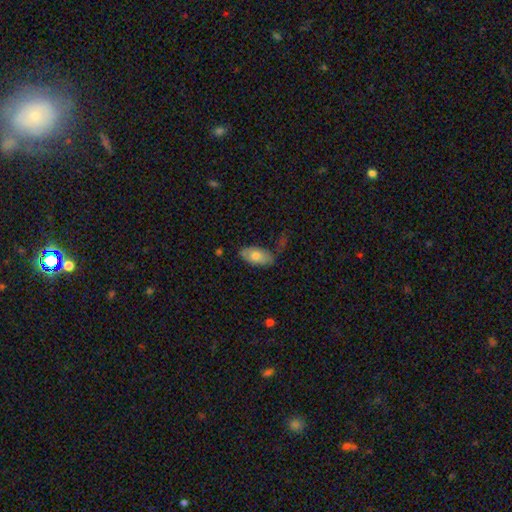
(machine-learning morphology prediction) Q: Smooth or featured?
A: smooth (75%); runner-up: featured or disk (19%)
Q: How rounded?
A: in between (93%); runner-up: cigar-shaped (4%)
Q: Merging?
A: none (69%); runner-up: minor disturbance (21%)